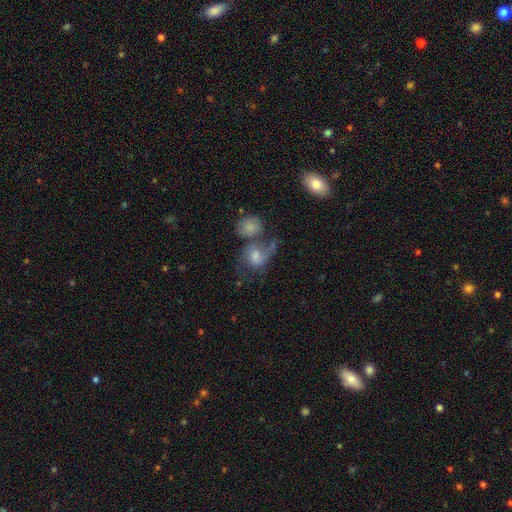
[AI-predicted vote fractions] smooth_or_featured: featured or disk (p=0.65) [alt: smooth p=0.24]
disk_edge_on: no (p=0.97) [alt: yes p=0.03]
bar: no (p=0.54) [alt: weak p=0.38]
has_spiral_arms: yes (p=0.87) [alt: no p=0.13]
spiral_winding: loose (p=0.51) [alt: medium p=0.38]
spiral_arm_count: 2 (p=0.71) [alt: 1 p=0.16]
bulge_size: moderate (p=0.48) [alt: small p=0.32]
merging: merger (p=0.37) [alt: none p=0.32]